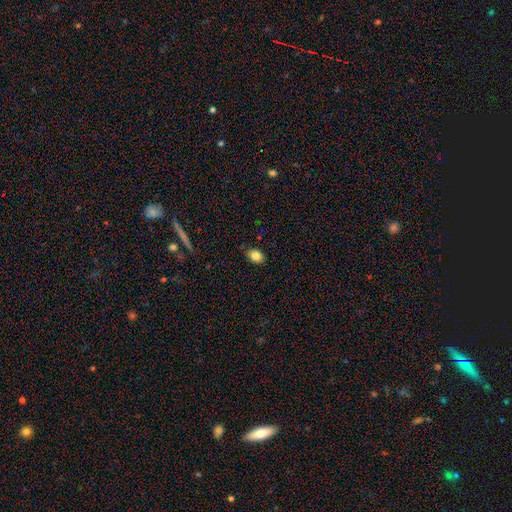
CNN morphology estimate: smooth-or-featured: smooth: 84% | star or artifact: 9% | featured or disk: 7%
  how-rounded: in between: 72% | round: 27% | cigar-shaped: 1%
  merging: none: 85% | minor disturbance: 11% | major disturbance: 2% | merger: 1%